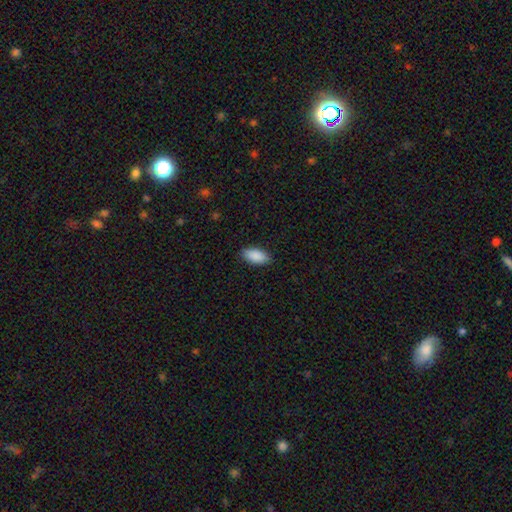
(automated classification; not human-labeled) A smooth galaxy with no disk features (91%) that is in between round and cigar-shaped (92%).

Vote fractions:
- Smooth or featured? smooth: 91% / star or artifact: 6% / featured or disk: 3%
- How rounded? in between: 92% / cigar-shaped: 6% / round: 2%
- Merging? none: 89% / minor disturbance: 8% / major disturbance: 2% / merger: 1%